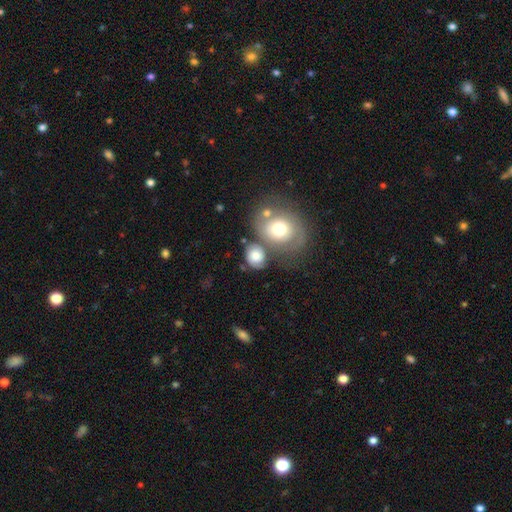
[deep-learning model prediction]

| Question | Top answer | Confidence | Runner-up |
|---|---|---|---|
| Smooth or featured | smooth | 69% | featured or disk (23%) |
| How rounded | round | 60% | in between (39%) |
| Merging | none | 48% | merger (27%) |